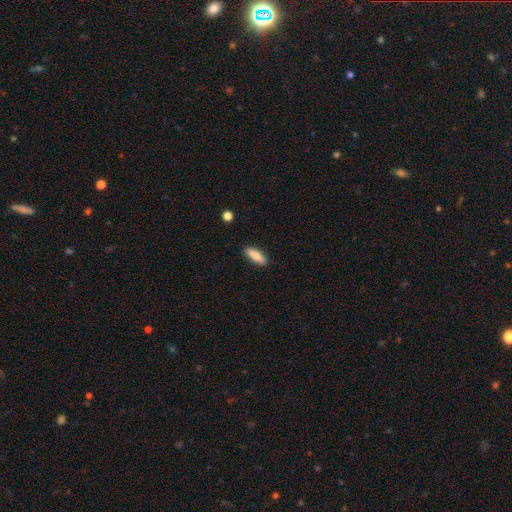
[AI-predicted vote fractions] smooth_or_featured: smooth (p=0.83) [alt: featured or disk p=0.11]
how_rounded: in between (p=0.63) [alt: cigar-shaped p=0.35]
merging: none (p=0.89) [alt: minor disturbance p=0.08]